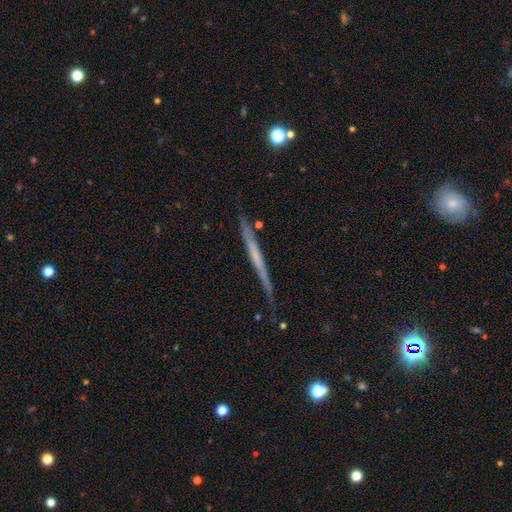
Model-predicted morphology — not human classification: Smooth or featured? featured or disk (60%)
Edge-on disk? yes (96%)
Edge-on bulge? none (81%)
Merging? none (80%)